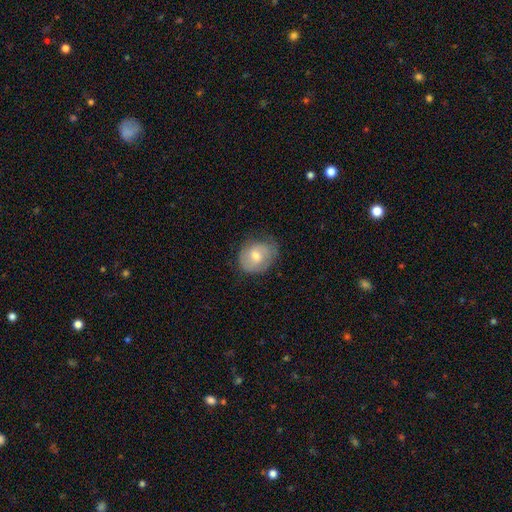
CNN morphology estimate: Smooth or featured? smooth (61%)
How rounded? round (60%)
Merging? none (59%)